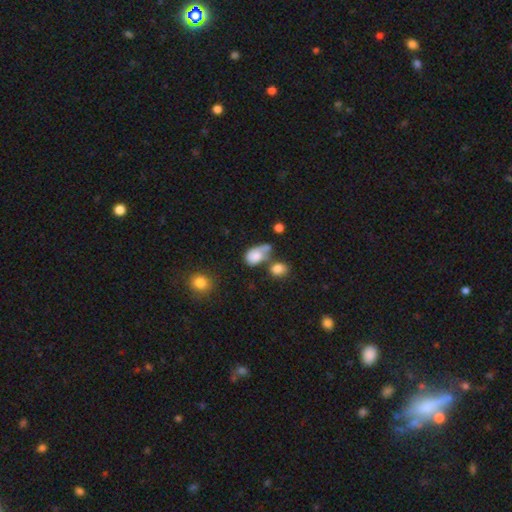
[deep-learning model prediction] A smooth galaxy with no disk features (74%) that is in between round and cigar-shaped (78%). Merging: merger (36%).